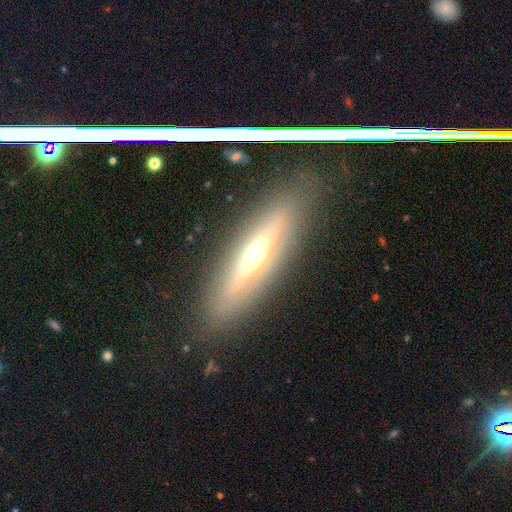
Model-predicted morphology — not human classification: Overall: featured or disk (66%; smooth 26%). Edge-on disk: yes (83%). Edge-on bulge: rounded (83%). Merging: none (81%).